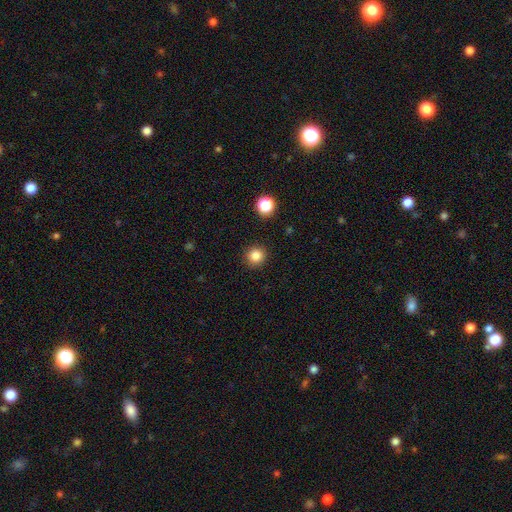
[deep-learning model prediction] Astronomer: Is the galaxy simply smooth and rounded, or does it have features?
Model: smooth — 84%.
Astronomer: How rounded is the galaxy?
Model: round — 93%.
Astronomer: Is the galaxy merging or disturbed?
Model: none — 91%.